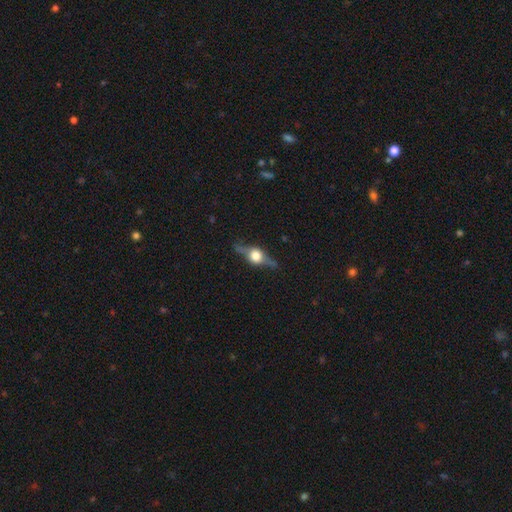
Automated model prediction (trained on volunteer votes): The model was most divided on "smooth or featured": featured or disk: 78%, smooth: 15%, star or artifact: 7%. More confident: edge-on disk — yes (95%); edge-on bulge — rounded (94%); merging — none (83%).